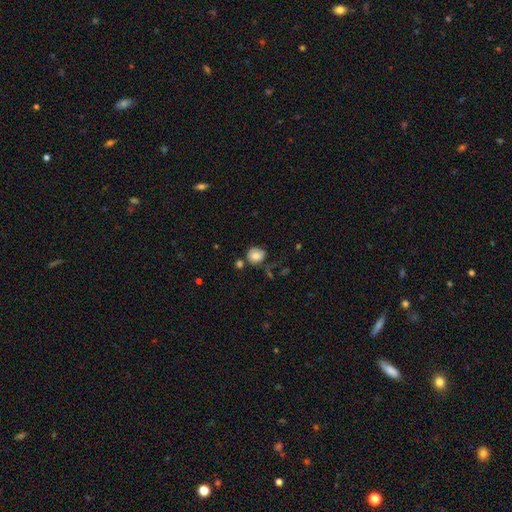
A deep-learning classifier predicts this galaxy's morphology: Smooth or featured? smooth (78%)
How rounded? round (78%)
Merging? none (58%)